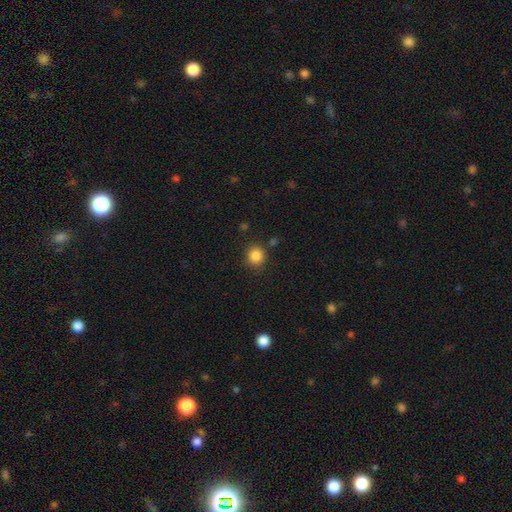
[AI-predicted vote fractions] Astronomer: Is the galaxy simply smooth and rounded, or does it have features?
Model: smooth — 85%.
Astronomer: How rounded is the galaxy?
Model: round — 87%.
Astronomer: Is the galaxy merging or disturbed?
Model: none — 84%.